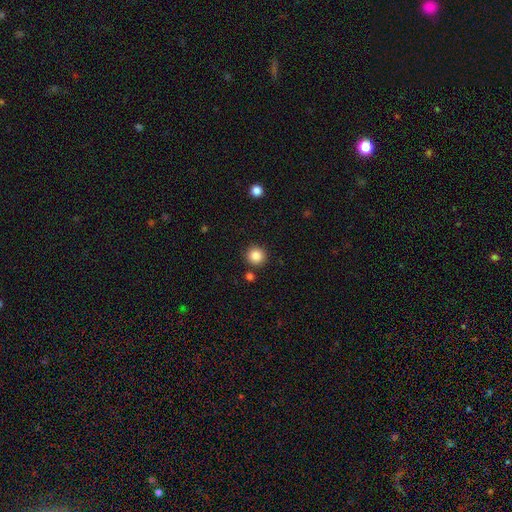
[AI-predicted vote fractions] smooth_or_featured: smooth (p=0.86) [alt: star or artifact p=0.10]
how_rounded: round (p=0.95) [alt: in between p=0.04]
merging: none (p=0.89) [alt: minor disturbance p=0.06]